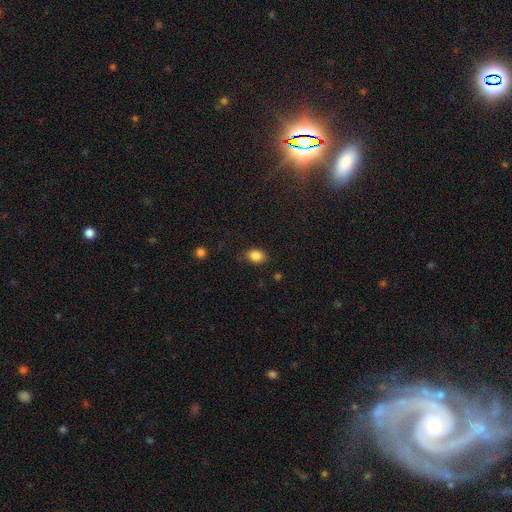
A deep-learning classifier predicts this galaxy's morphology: type=smooth (85%); roundness=in between (72%); merging=none (79%).